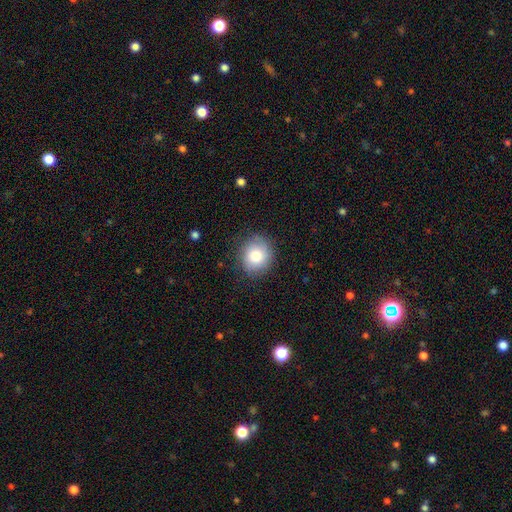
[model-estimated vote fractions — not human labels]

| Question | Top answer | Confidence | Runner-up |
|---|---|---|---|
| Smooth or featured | smooth | 80% | featured or disk (12%) |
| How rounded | round | 80% | in between (19%) |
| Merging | none | 82% | minor disturbance (13%) |